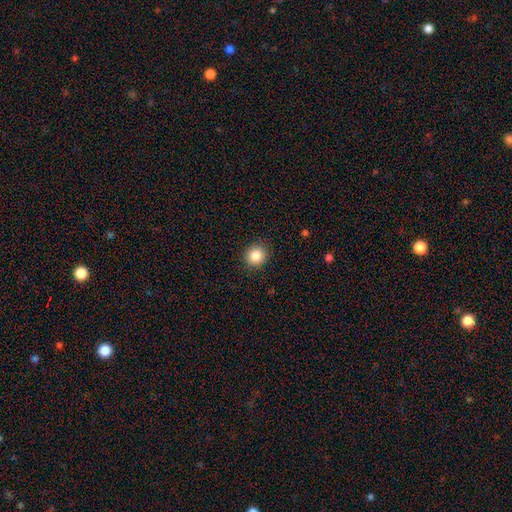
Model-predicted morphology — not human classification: Smooth or featured? Predicted: smooth (p=0.86). How rounded? Predicted: round (p=0.90). Merging? Predicted: none (p=0.90).